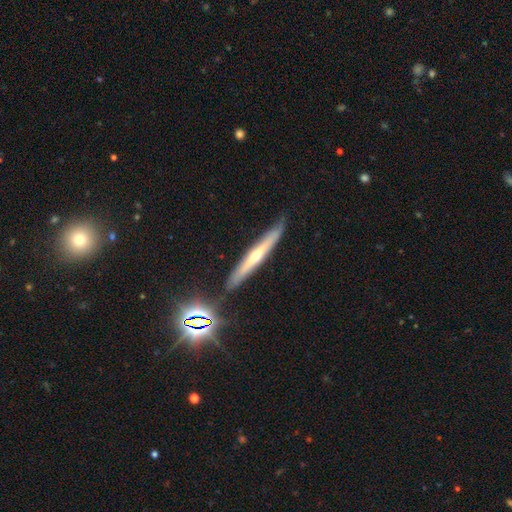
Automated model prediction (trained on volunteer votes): Smooth or featured? Predicted: featured or disk (p=0.62). Edge-on disk? Predicted: yes (p=0.93). Edge-on bulge? Predicted: rounded (p=0.75). Merging? Predicted: none (p=0.86).